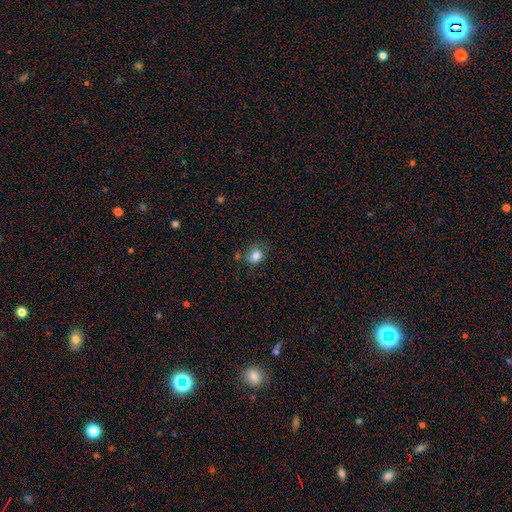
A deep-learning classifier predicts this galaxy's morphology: This is clearly a smooth galaxy (83%). How rounded: possibly round (59%). Merging: likely none (63%).